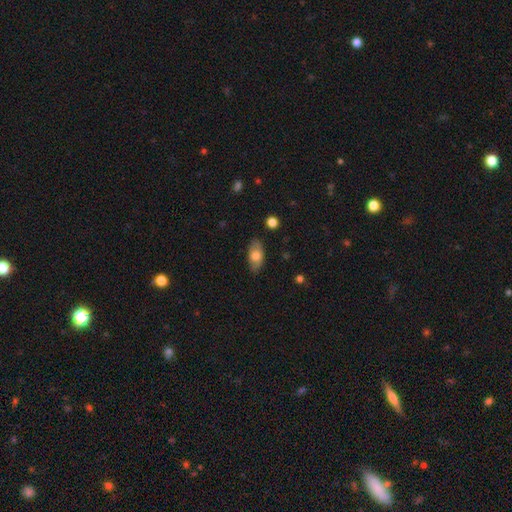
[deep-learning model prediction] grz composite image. It shows a smooth galaxy with no disk features (71%) that is in between round and cigar-shaped (91%). Merging: none (84%).